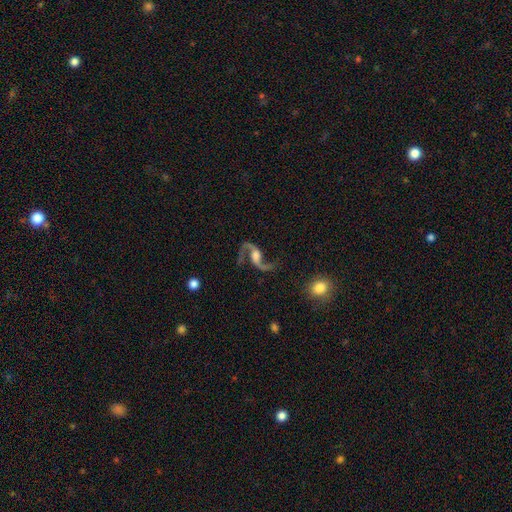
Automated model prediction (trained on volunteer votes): featured or disk 91%, star or artifact 5%, smooth 4%. Down the decision tree: edge-on disk — no (97%); bar — no (44%); spiral arms — yes (97%); spiral arm count — 2 (94%); spiral winding — loose (83%); bulge size — moderate (39%); merging — none (74%).